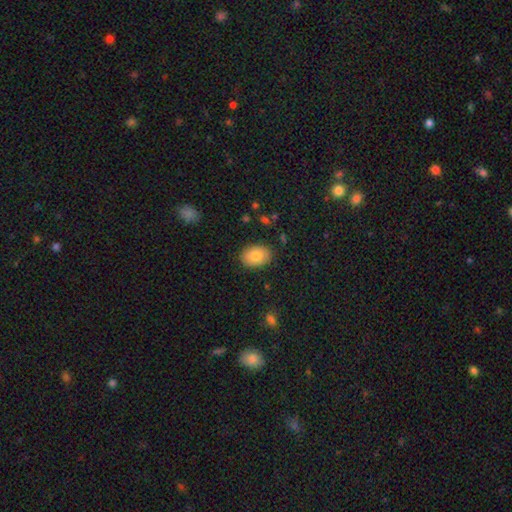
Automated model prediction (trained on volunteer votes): This appears to be a smooth galaxy with no disk features (81%) that is in between round and cigar-shaped (81%). Merging: none (87%).